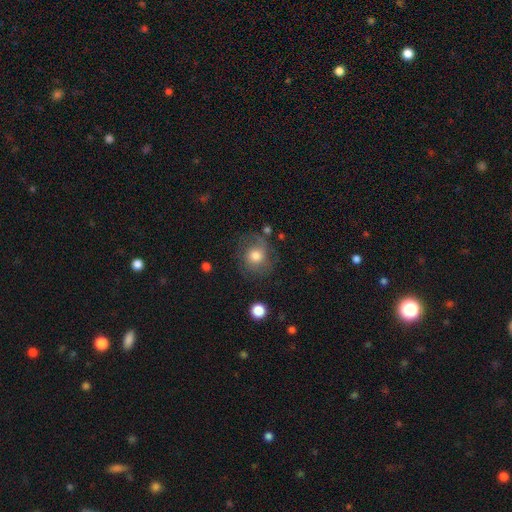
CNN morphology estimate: Smooth or featured? Predicted: smooth (p=0.55). How rounded? Predicted: round (p=0.79). Merging? Predicted: none (p=0.62).